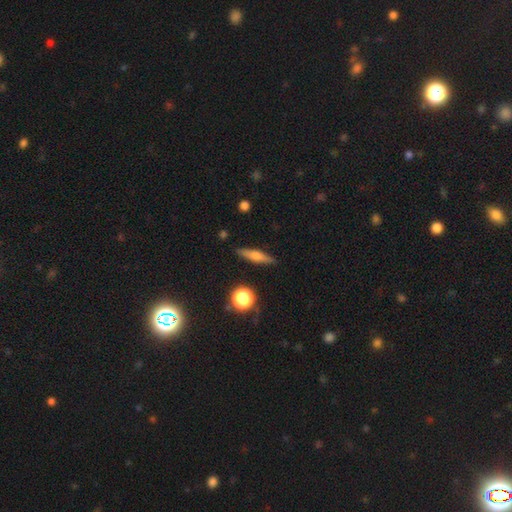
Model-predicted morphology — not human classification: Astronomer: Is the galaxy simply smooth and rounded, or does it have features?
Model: smooth — 53% (runner-up: featured or disk, 39%).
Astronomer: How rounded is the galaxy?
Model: cigar-shaped — 77%.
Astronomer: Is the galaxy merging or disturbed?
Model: none — 88%.